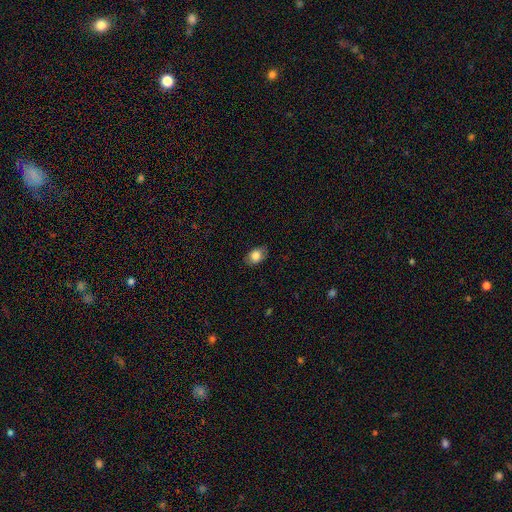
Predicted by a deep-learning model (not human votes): This appears to be a smooth galaxy with no disk features (82%) that is in between round and cigar-shaped (77%). Merging: none (81%).